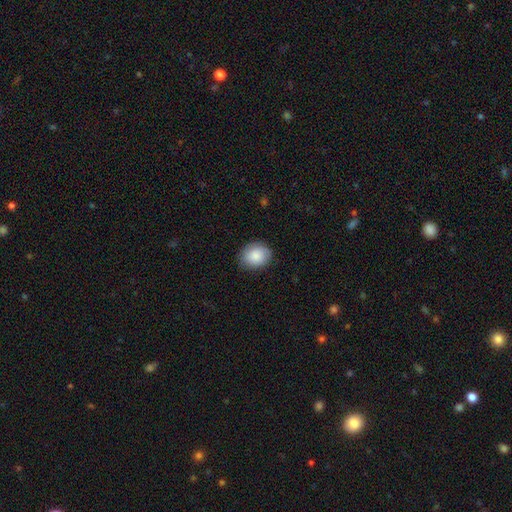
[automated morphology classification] The model was most divided on "how rounded": round: 55%, in between: 44%, cigar-shaped: 1%. More confident: smooth or featured — smooth (86%); merging — none (84%).